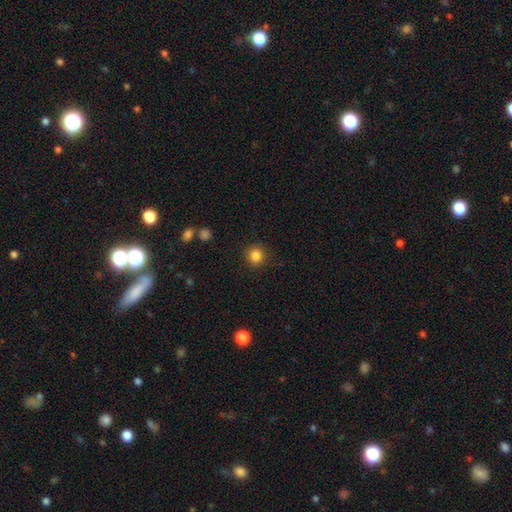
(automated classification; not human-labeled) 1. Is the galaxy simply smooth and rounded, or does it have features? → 84% smooth, 11% star or artifact, 5% featured or disk.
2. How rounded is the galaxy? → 92% round, 7% in between, 1% cigar-shaped.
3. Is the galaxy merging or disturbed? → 90% none, 6% minor disturbance, 2% major disturbance, 1% merger.